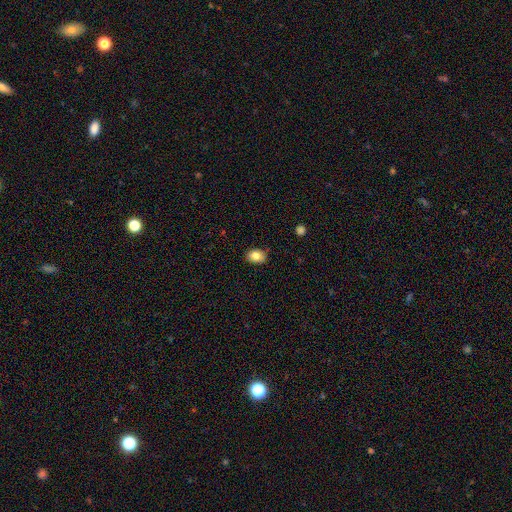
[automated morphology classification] Overall: smooth (82%). How rounded: in between (68%; round 31%). Merging: none (84%).